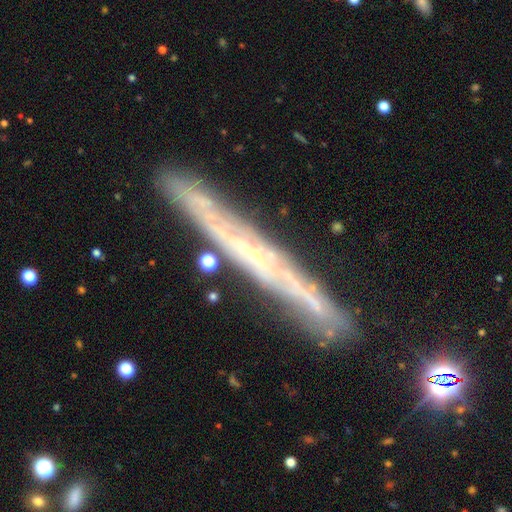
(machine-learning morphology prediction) A featured or disk galaxy (78%) viewed edge-on (86%) with no central bulge (61%).

Vote fractions:
- Smooth or featured? featured or disk: 78% / smooth: 15% / star or artifact: 7%
- Edge-on disk? yes: 86% / no: 14%
- Edge-on bulge? none: 61% / rounded: 35% / boxy: 4%
- Merging? none: 83% / minor disturbance: 13% / major disturbance: 2% / merger: 2%